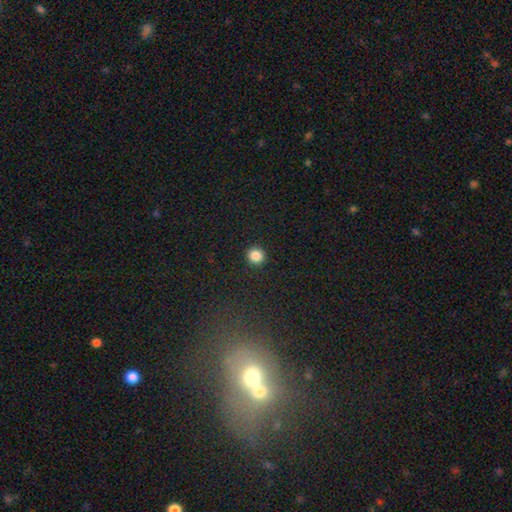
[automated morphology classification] The model was most divided on "smooth or featured": smooth: 86%, star or artifact: 11%, featured or disk: 4%. More confident: how rounded — round (93%); merging — none (92%).